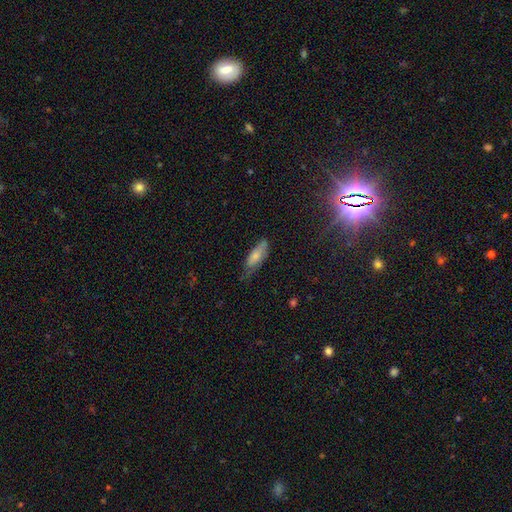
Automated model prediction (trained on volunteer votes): Smooth or featured? Predicted: smooth (p=0.73). How rounded? Predicted: in between (p=0.68). Merging? Predicted: none (p=0.53).